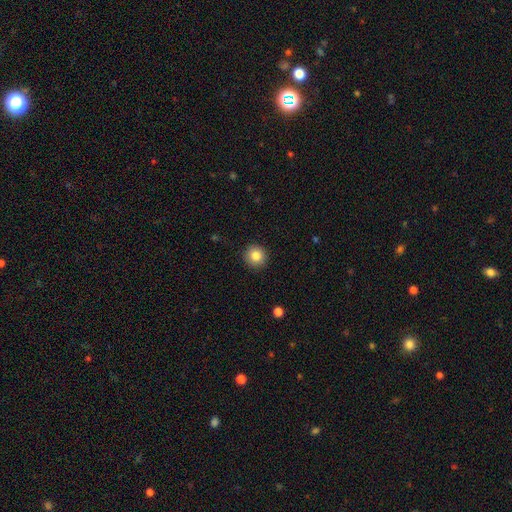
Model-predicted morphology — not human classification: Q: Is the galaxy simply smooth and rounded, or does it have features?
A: smooth — 84%.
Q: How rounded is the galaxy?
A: round — 94%.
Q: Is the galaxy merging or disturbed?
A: none — 92%.